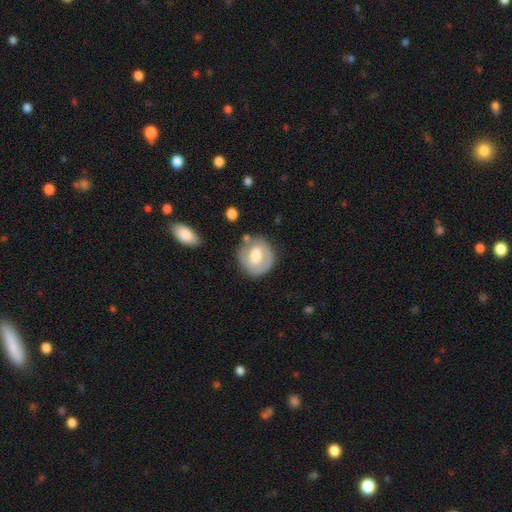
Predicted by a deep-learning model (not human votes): This is possibly a featured or disk galaxy (50%). Merging: likely none (70%).